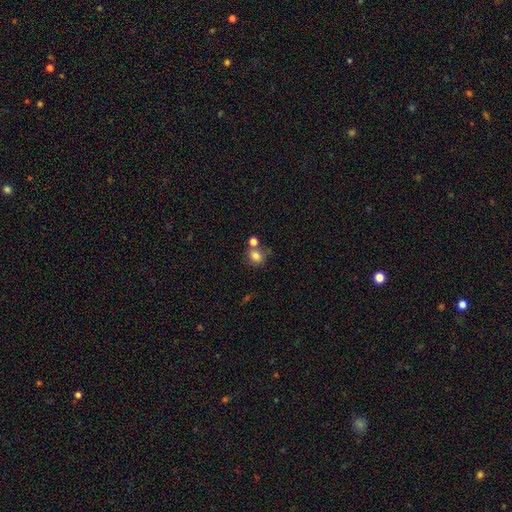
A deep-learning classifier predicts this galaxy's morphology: Q: Smooth or featured?
A: smooth (80%); runner-up: star or artifact (11%)
Q: How rounded?
A: round (74%); runner-up: in between (25%)
Q: Merging?
A: none (54%); runner-up: merger (28%)